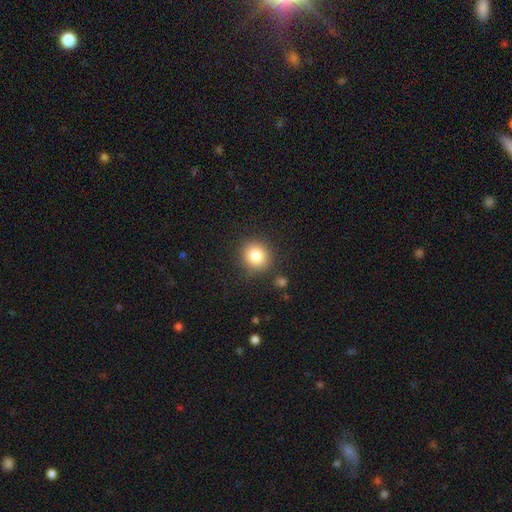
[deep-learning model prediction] Smooth or featured?
  - smooth: 81% *
  - star or artifact: 11%
  - featured or disk: 8%
How rounded?
  - round: 88% *
  - in between: 11%
  - cigar-shaped: 1%
Merging?
  - none: 86% *
  - minor disturbance: 8%
  - major disturbance: 3%
  - merger: 3%